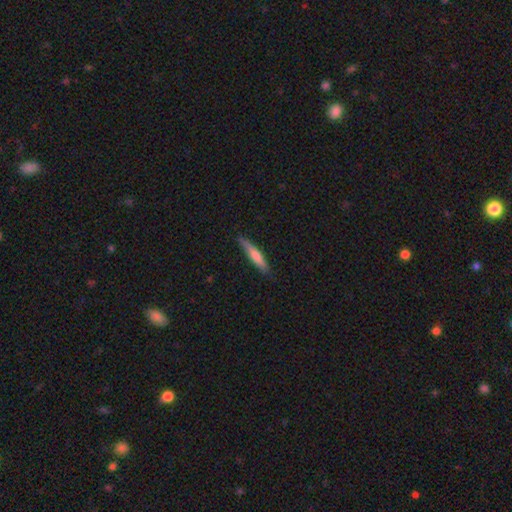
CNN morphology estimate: The model was most divided on "smooth or featured": smooth: 63%, featured or disk: 31%, star or artifact: 5%. More confident: how rounded — cigar-shaped (90%); merging — none (83%).